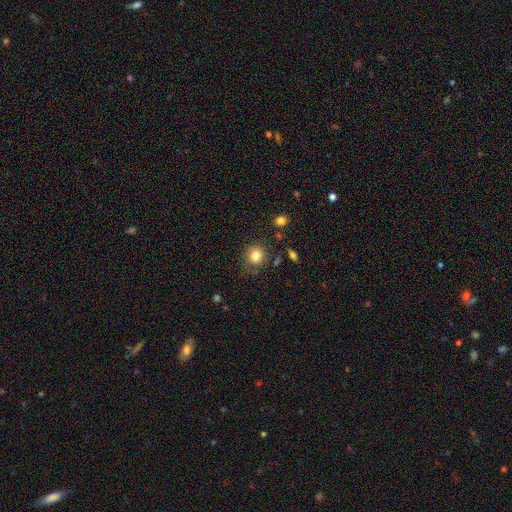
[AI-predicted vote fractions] This is clearly a smooth galaxy (82%). How rounded: clearly round (83%). Merging: likely none (74%).